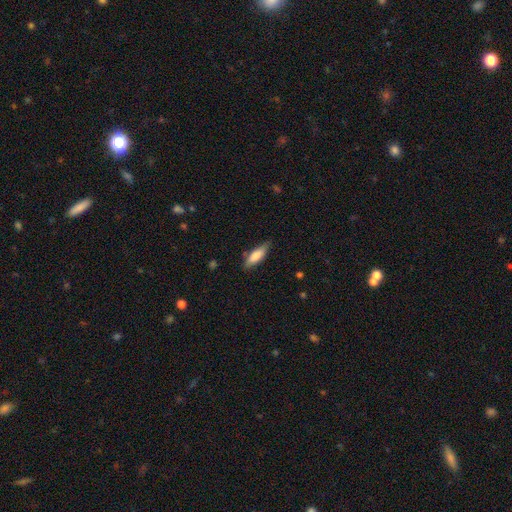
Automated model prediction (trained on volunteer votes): smooth_or_featured: smooth (p=0.76) [alt: featured or disk p=0.18]
how_rounded: in between (p=0.56) [alt: cigar-shaped p=0.42]
merging: none (p=0.76) [alt: minor disturbance p=0.18]